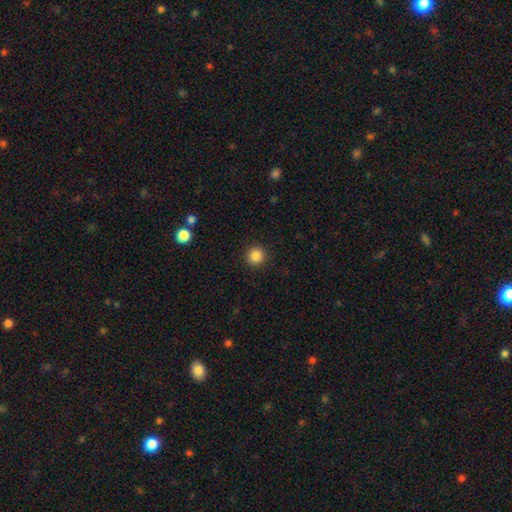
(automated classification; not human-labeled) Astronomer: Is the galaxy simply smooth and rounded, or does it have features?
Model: smooth — 86%.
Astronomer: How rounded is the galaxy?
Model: round — 95%.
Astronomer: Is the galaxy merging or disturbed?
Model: none — 92%.